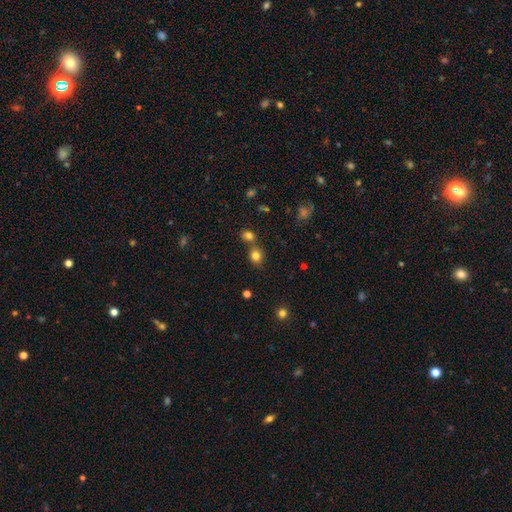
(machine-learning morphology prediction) This is likely a smooth galaxy (80%). How rounded: likely round (74%). Merging: likely none (63%).